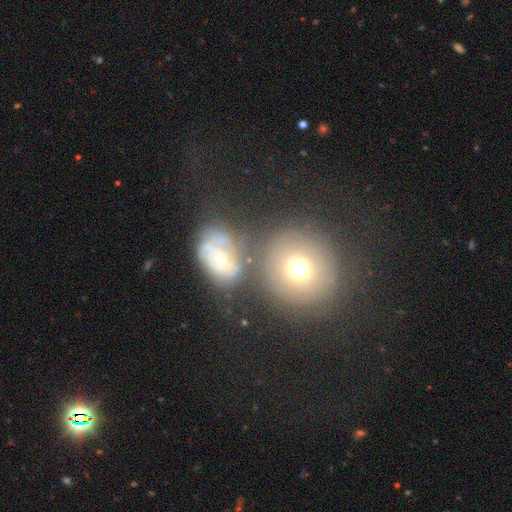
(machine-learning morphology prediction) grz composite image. It shows a smooth galaxy with no disk features (57%) that is round (82%). Merging: none (46%).